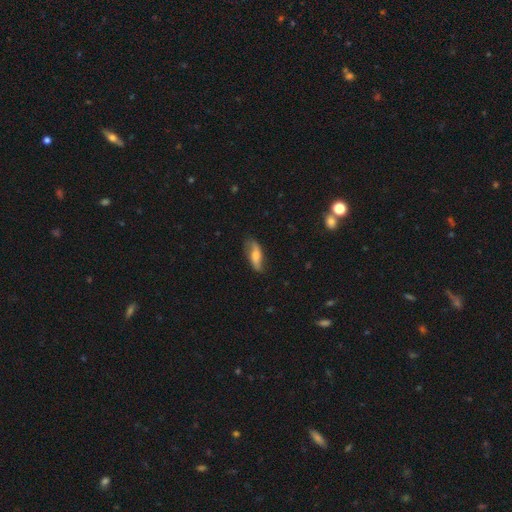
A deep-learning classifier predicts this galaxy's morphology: Overall: smooth (49%; featured or disk 43%). Merging: none (71%).